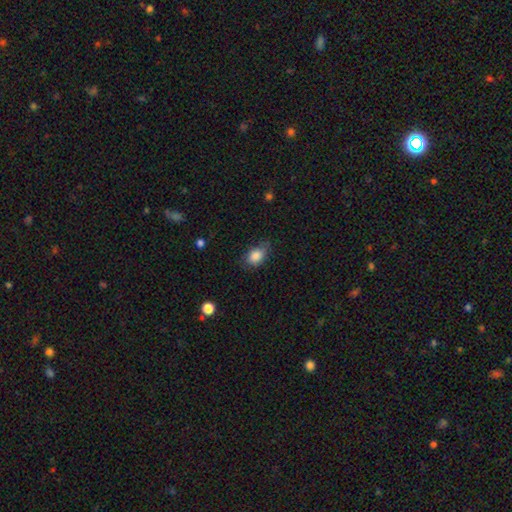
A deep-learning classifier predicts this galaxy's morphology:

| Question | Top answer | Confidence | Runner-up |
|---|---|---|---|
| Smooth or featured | smooth | 85% | star or artifact (8%) |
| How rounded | in between | 79% | round (19%) |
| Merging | none | 63% | minor disturbance (28%) |